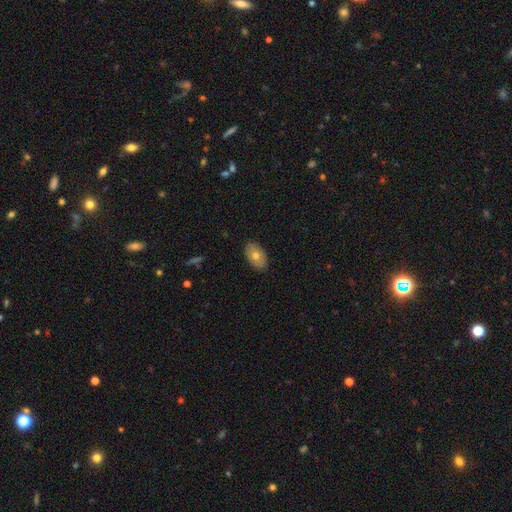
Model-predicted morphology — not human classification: Smooth or featured: smooth — 67% (featured or disk — 26%)
How rounded: in between — 92% (round — 7%)
Merging: none — 87% (minor disturbance — 10%)